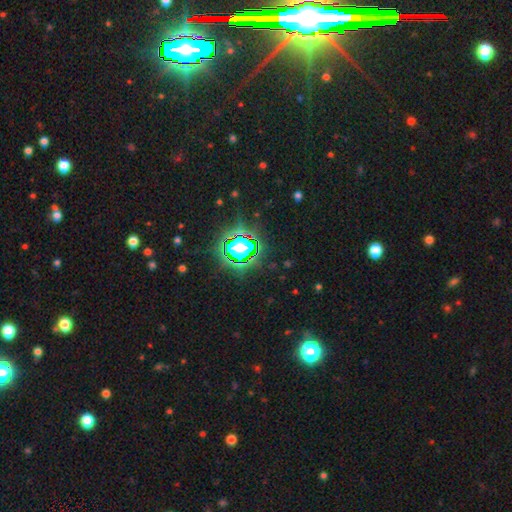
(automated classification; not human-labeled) Smooth or featured? star or artifact (77%)